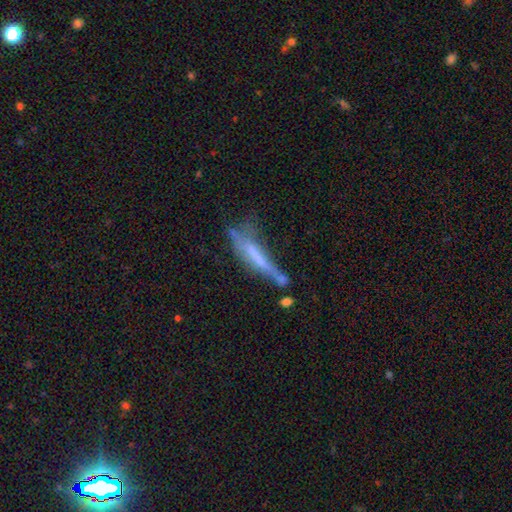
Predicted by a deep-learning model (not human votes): This appears to be a featured or disk galaxy (53%) viewed edge-on (65%). Merging: none (28%, tied with major disturbance).